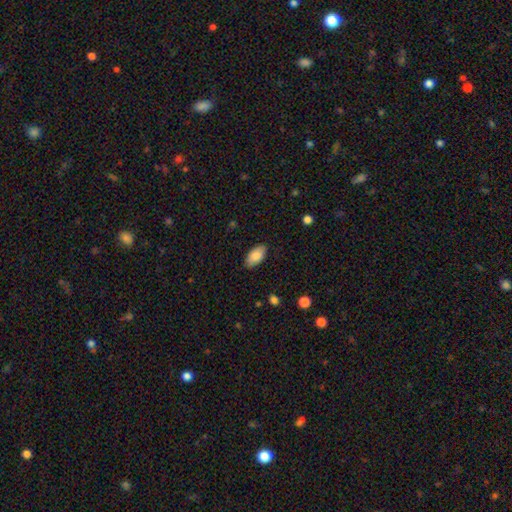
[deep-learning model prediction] The model was most divided on "merging": none: 86%, minor disturbance: 11%, major disturbance: 2%, merger: 1%. More confident: how rounded — in between (95%); smooth or featured — smooth (86%).